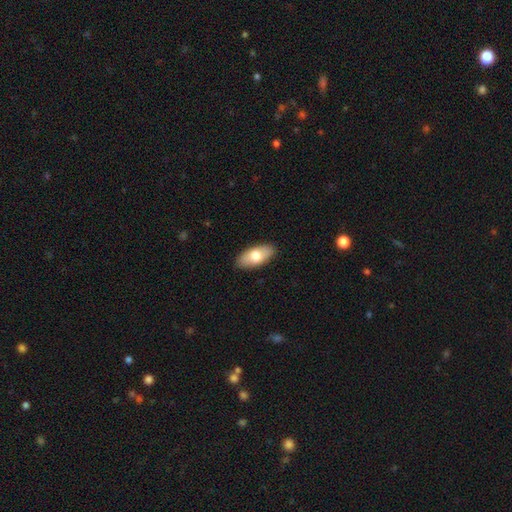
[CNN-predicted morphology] This appears to be a smooth galaxy with no disk features (73%) that is in between round and cigar-shaped (90%). Merging: none (89%).